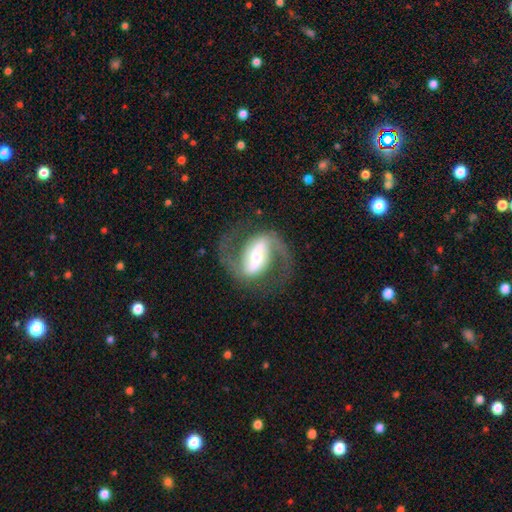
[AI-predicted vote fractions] This is clearly a featured or disk galaxy (89%). It is clearly not viewed edge-on (97%). Bar: likely strong (64%). Spiral arm pattern: clearly yes (96%). Spiral arm count: clearly 2 (93%). Spiral winding: possibly medium (56%). Central bulge: possibly moderate (47%). Merging: likely none (78%).